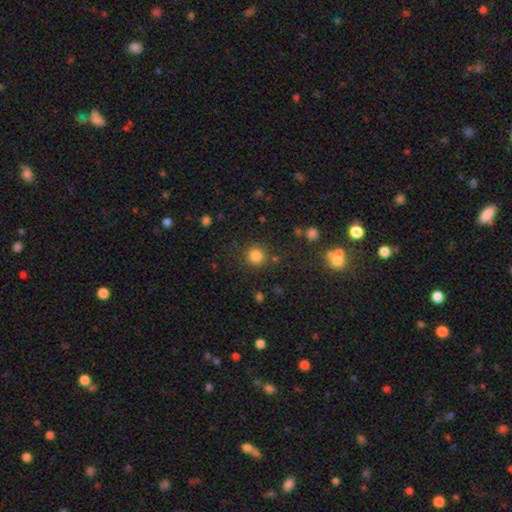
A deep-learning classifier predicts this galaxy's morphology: smooth_or_featured: smooth (p=0.82) [alt: star or artifact p=0.13]
how_rounded: round (p=0.93) [alt: in between p=0.06]
merging: none (p=0.86) [alt: minor disturbance p=0.08]